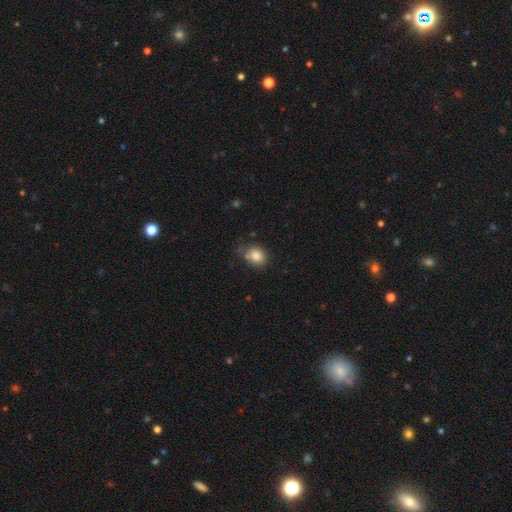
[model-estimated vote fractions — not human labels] smooth_or_featured: smooth (p=0.83) [alt: star or artifact p=0.10]
how_rounded: round (p=0.57) [alt: in between p=0.42]
merging: none (p=0.64) [alt: minor disturbance p=0.22]